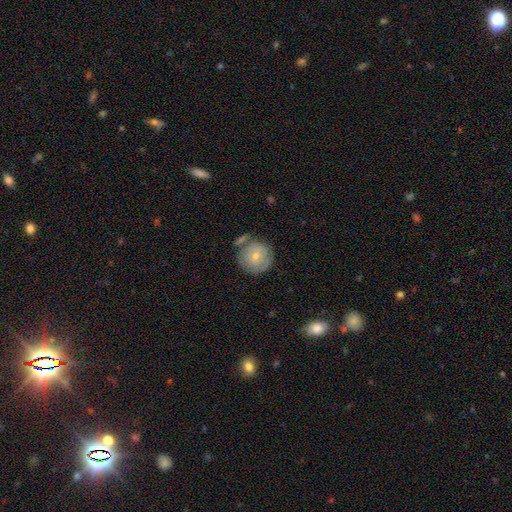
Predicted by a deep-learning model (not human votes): This is likely a smooth galaxy (67%). How rounded: clearly round (93%). Merging: likely none (62%).